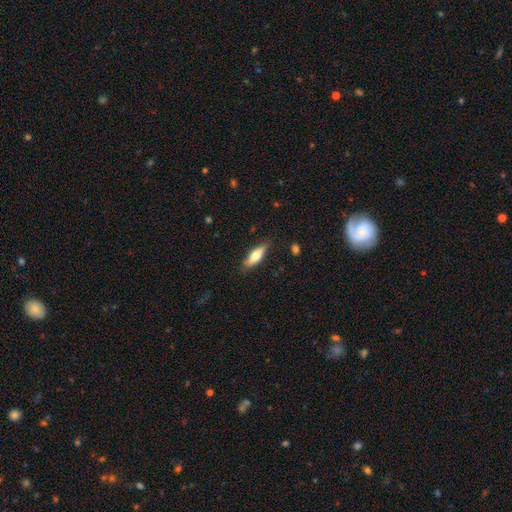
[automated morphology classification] Smooth or featured?
  - smooth: 65% *
  - featured or disk: 29%
  - star or artifact: 6%
How rounded?
  - in between: 50% *
  - cigar-shaped: 48%
  - round: 2%
Merging?
  - none: 82% *
  - minor disturbance: 14%
  - major disturbance: 3%
  - merger: 1%